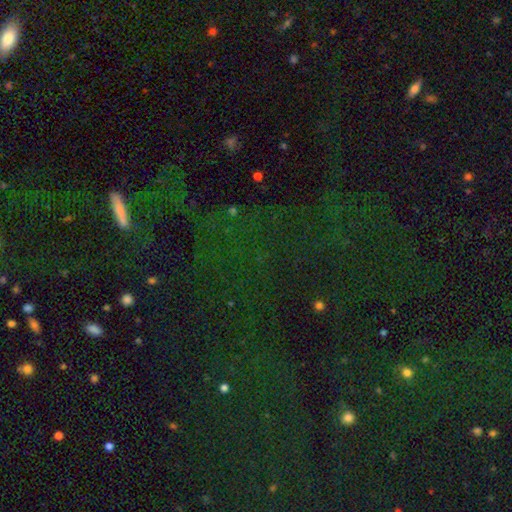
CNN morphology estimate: smooth-or-featured: star or artifact: 73% | smooth: 17% | featured or disk: 10%